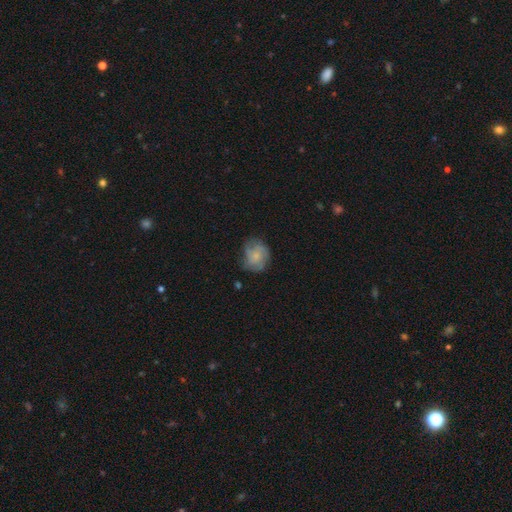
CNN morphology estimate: This appears to be a smooth galaxy with no disk features (49%). Merging: none (61%).